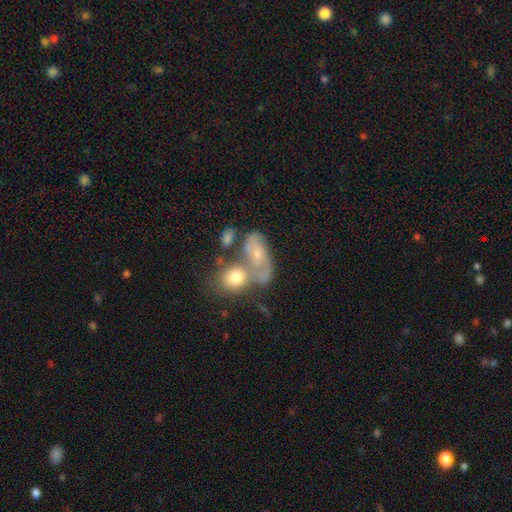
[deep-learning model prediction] Smooth or featured?
  - featured or disk: 54% *
  - smooth: 34%
  - star or artifact: 11%
Edge-on disk?
  - no: 93% *
  - yes: 7%
Bar?
  - no: 71% *
  - weak: 23%
  - strong: 6%
Spiral arms?
  - yes: 71% *
  - no: 29%
Bulge size?
  - small: 49% *
  - moderate: 41%
  - none: 4%
  - large: 4%
  - dominant: 2%
Merging?
  - merger: 45% *
  - none: 32%
  - minor disturbance: 14%
  - major disturbance: 9%